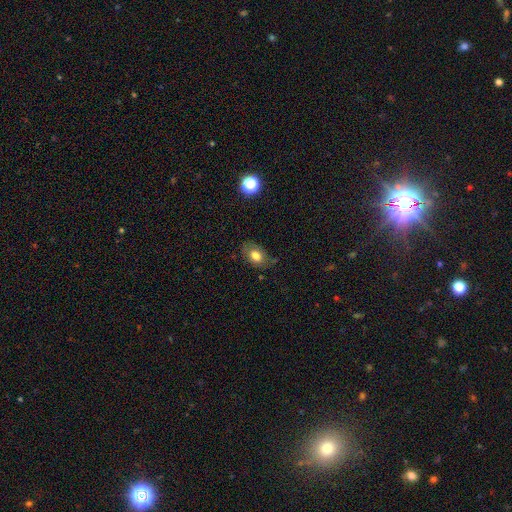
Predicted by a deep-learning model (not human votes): Smooth or featured? Predicted: smooth (p=0.74). How rounded? Predicted: in between (p=0.81). Merging? Predicted: none (p=0.68).